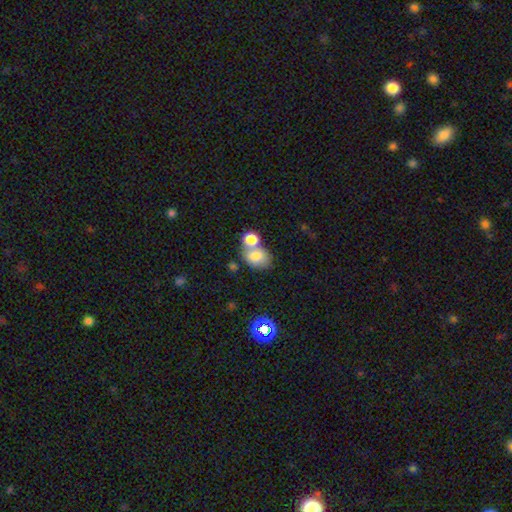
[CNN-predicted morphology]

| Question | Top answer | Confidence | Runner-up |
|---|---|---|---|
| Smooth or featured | smooth | 79% | featured or disk (12%) |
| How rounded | in between | 64% | round (35%) |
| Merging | merger | 54% | none (32%) |